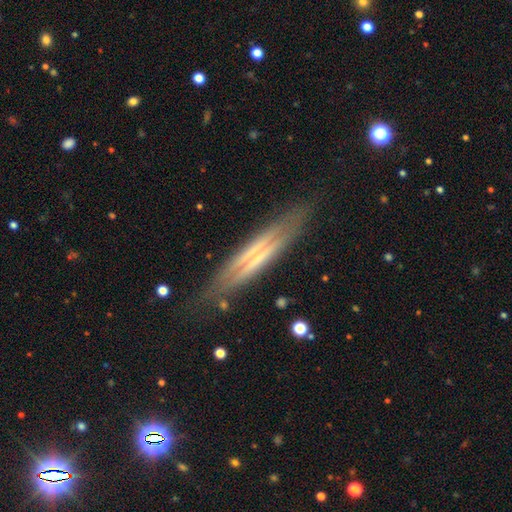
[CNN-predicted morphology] Overall: featured or disk (72%). Edge-on disk: yes (92%). Edge-on bulge: none (50%; rounded 33%). Merging: none (80%).